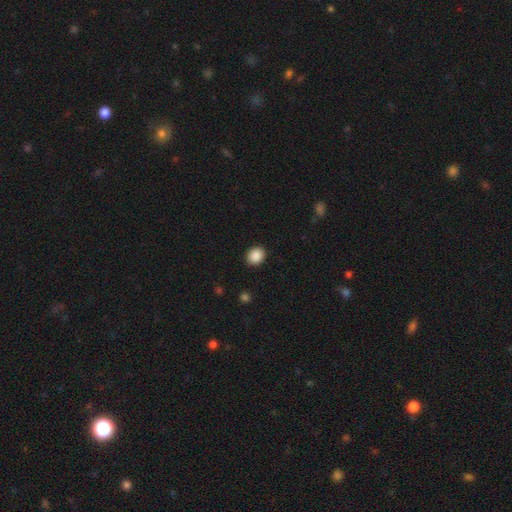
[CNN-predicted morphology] A smooth galaxy with no disk features (89%) that is round (64%).

Vote fractions:
- Smooth or featured? smooth: 89% / star or artifact: 8% / featured or disk: 3%
- How rounded? round: 64% / in between: 36% / cigar-shaped: 1%
- Merging? none: 91% / minor disturbance: 6% / major disturbance: 2% / merger: 1%